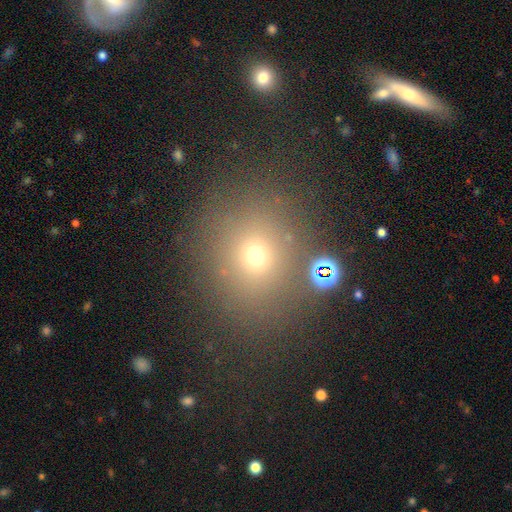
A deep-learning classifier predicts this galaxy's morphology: Overall: smooth (63%; star or artifact 26%). How rounded: round (72%). Merging: none (81%).